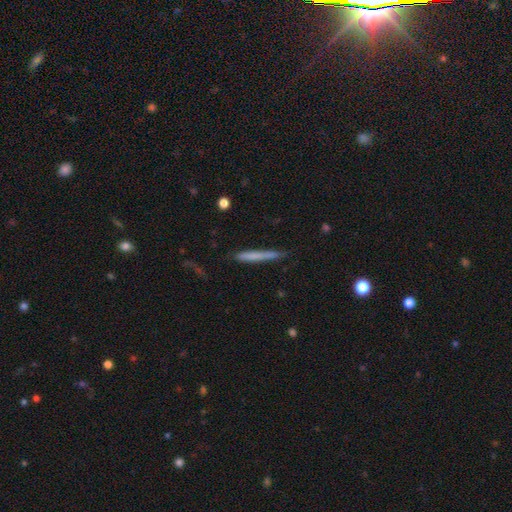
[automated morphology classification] Smooth or featured: smooth — 63% (featured or disk — 30%)
How rounded: cigar-shaped — 96% (in between — 2%)
Merging: none — 82% (minor disturbance — 14%)